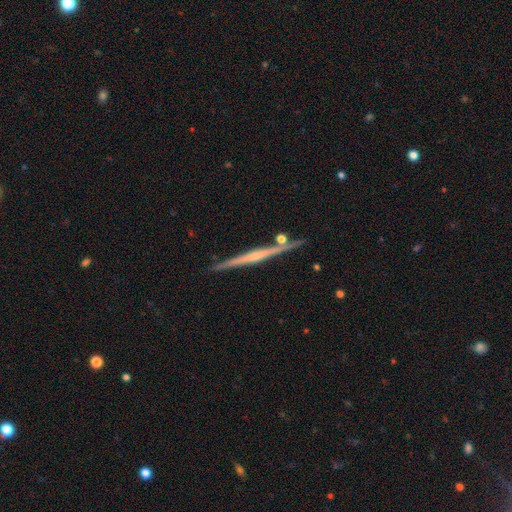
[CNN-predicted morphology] smooth-or-featured: featured or disk: 71% | smooth: 23% | star or artifact: 6%
  disk-edge-on: yes: 98% | no: 2%
    edge-on-bulge: none: 57% | rounded: 32% | boxy: 11%
  merging: none: 86% | minor disturbance: 8% | merger: 4% | major disturbance: 2%